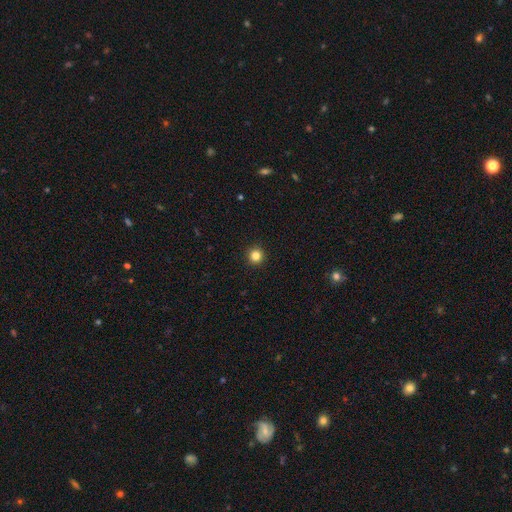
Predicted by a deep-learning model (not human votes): smooth-or-featured: smooth: 83% | star or artifact: 13% | featured or disk: 5%
  how-rounded: round: 96% | in between: 3% | cigar-shaped: 1%
  merging: none: 94% | minor disturbance: 4% | major disturbance: 1% | merger: 1%